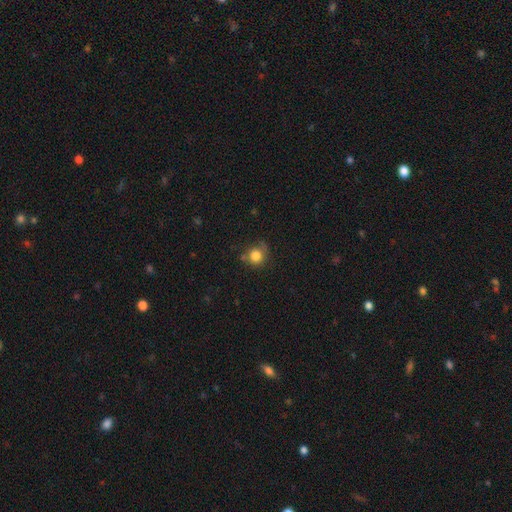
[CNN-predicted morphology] smooth-or-featured: smooth: 82% | star or artifact: 11% | featured or disk: 7%
  how-rounded: round: 87% | in between: 12% | cigar-shaped: 1%
  merging: none: 62% | minor disturbance: 24% | major disturbance: 8% | merger: 7%